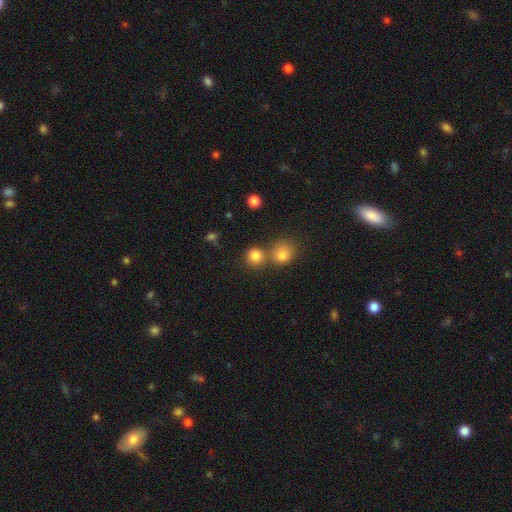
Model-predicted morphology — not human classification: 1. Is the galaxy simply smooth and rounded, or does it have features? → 81% smooth, 13% star or artifact, 6% featured or disk.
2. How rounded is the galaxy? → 88% round, 11% in between, 1% cigar-shaped.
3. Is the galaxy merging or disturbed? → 58% none, 33% merger, 7% minor disturbance, 3% major disturbance.